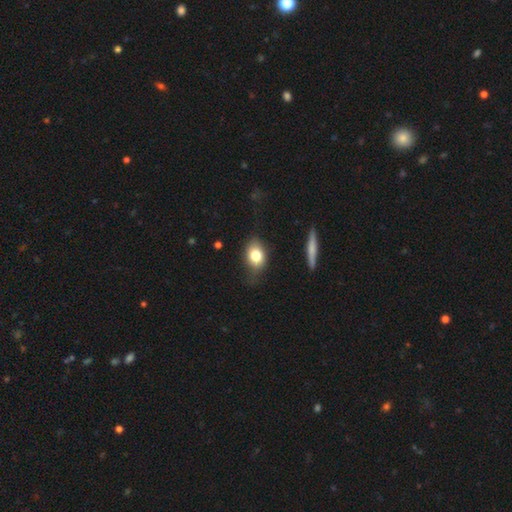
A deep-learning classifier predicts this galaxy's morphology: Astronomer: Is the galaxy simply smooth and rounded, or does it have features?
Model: smooth — 76%.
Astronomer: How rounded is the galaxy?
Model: in between — 70%.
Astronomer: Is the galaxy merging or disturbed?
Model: none — 67%.